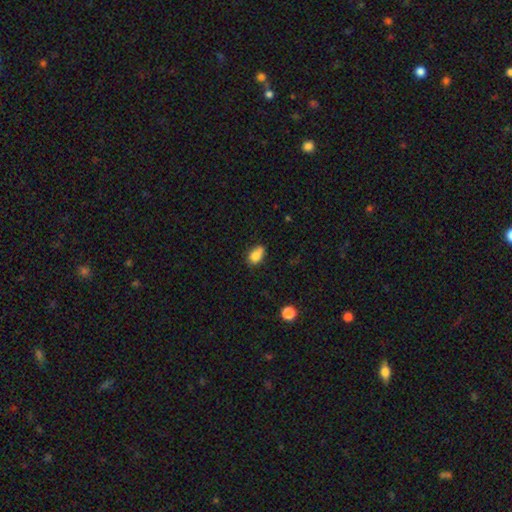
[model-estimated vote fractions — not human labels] This appears to be a smooth galaxy with no disk features (80%) that is in between round and cigar-shaped (78%). Merging: none (51%).